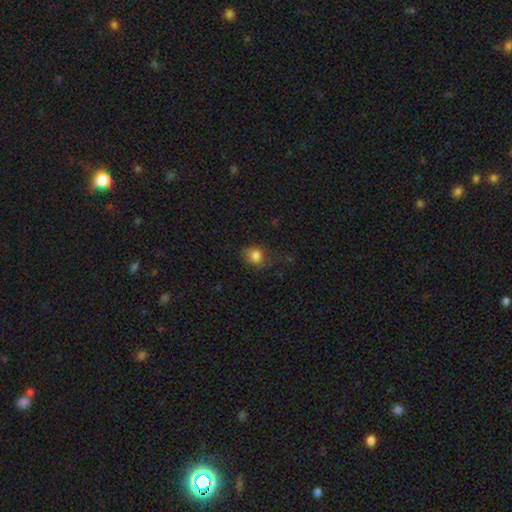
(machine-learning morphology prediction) Smooth or featured: smooth — 83% (star or artifact — 12%)
How rounded: round — 68% (in between — 31%)
Merging: none — 70% (minor disturbance — 21%)